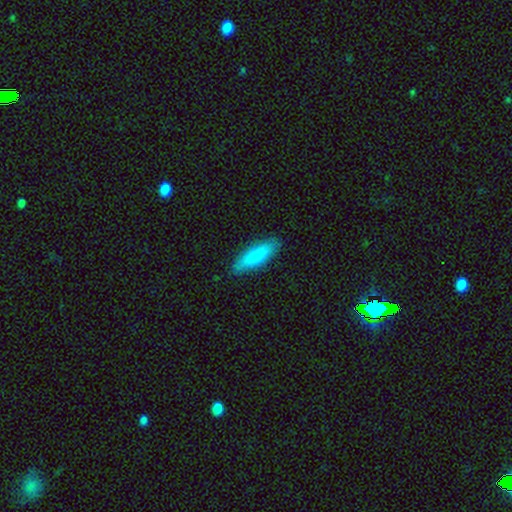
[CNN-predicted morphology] Smooth or featured?
  - smooth: 84% *
  - featured or disk: 11%
  - star or artifact: 5%
How rounded?
  - cigar-shaped: 63% *
  - in between: 36%
  - round: 1%
Merging?
  - none: 86% *
  - minor disturbance: 11%
  - major disturbance: 2%
  - merger: 1%